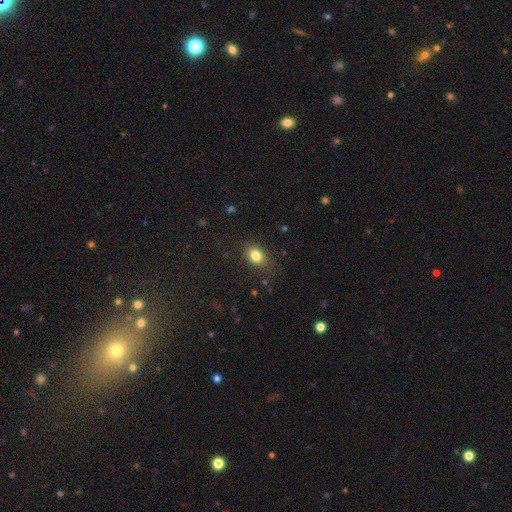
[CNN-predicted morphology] A smooth galaxy with no disk features (82%) that is in between round and cigar-shaped (63%). Merging: none (79%).